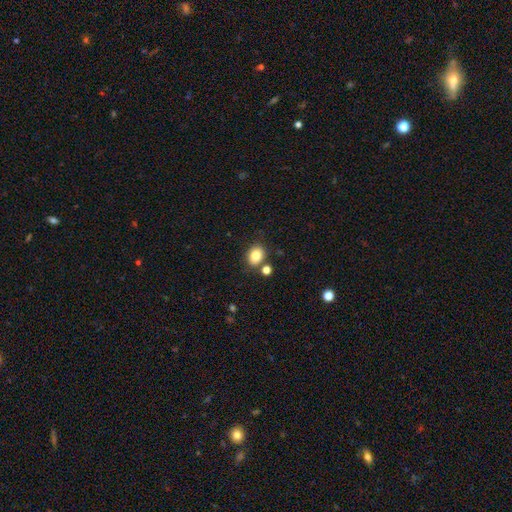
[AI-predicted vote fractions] Smooth or featured: smooth — 82% (star or artifact — 10%)
How rounded: in between — 59% (round — 40%)
Merging: none — 78% (minor disturbance — 10%)